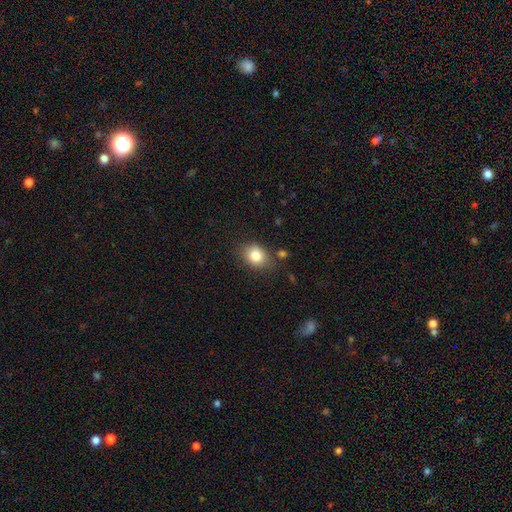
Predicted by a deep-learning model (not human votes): This is clearly a smooth galaxy (82%). How rounded: possibly round (50%). Merging: likely none (78%).